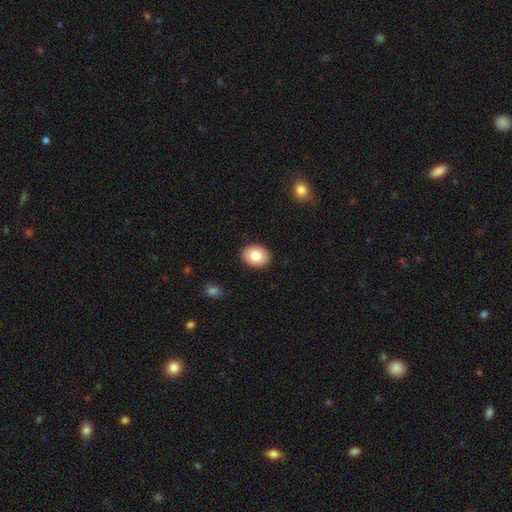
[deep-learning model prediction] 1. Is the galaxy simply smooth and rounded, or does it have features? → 81% smooth, 11% featured or disk, 8% star or artifact.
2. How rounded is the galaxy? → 61% in between, 38% round, 1% cigar-shaped.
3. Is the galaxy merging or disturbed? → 90% none, 7% minor disturbance, 2% major disturbance, 1% merger.